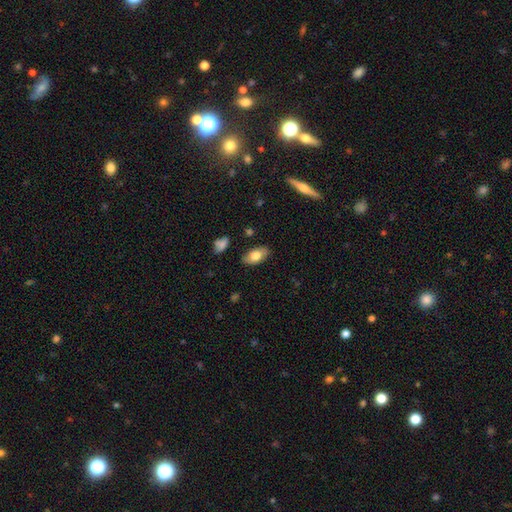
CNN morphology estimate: Smooth or featured: smooth — 76% (featured or disk — 18%)
How rounded: in between — 93% (round — 4%)
Merging: none — 84% (minor disturbance — 12%)